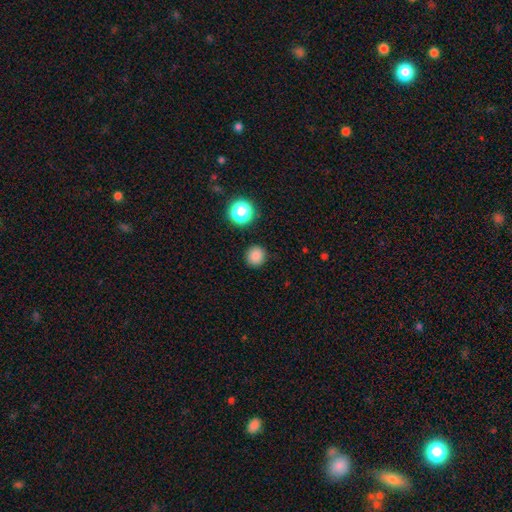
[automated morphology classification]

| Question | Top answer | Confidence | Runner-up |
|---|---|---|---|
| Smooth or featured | smooth | 83% | star or artifact (13%) |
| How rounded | round | 91% | in between (8%) |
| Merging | none | 90% | minor disturbance (6%) |